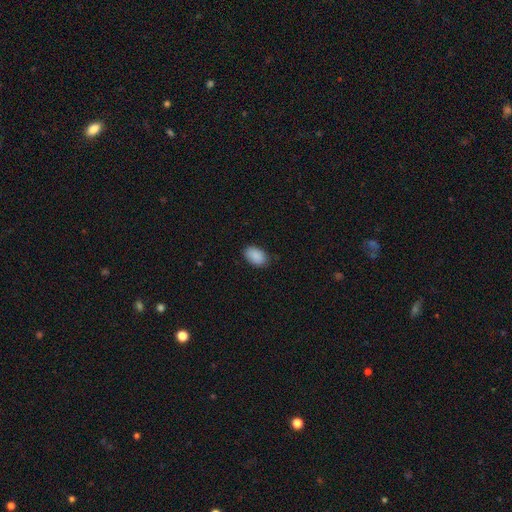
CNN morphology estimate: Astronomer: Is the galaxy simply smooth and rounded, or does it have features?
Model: smooth — 90%.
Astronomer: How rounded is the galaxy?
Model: in between — 90%.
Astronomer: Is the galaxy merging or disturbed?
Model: none — 84%.